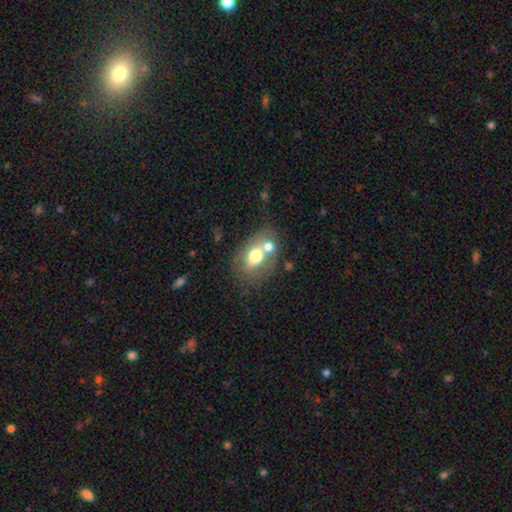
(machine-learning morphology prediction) The model was most divided on "merging": merger: 40%, none: 39%, minor disturbance: 14%, major disturbance: 7%. More confident: how rounded — in between (71%); smooth or featured — smooth (61%).